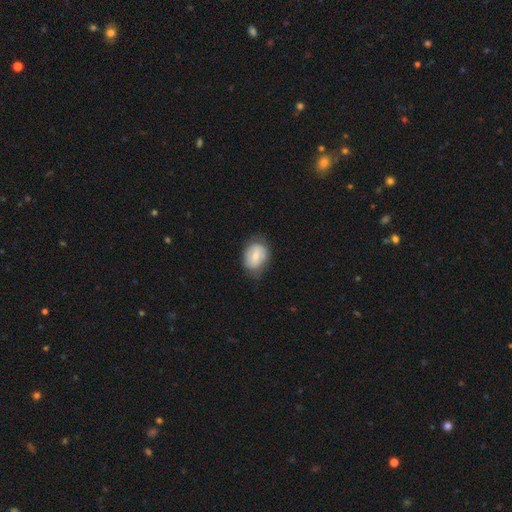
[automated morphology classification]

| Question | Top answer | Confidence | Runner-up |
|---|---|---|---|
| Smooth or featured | smooth | 61% | featured or disk (32%) |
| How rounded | in between | 66% | round (33%) |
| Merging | none | 65% | minor disturbance (26%) |